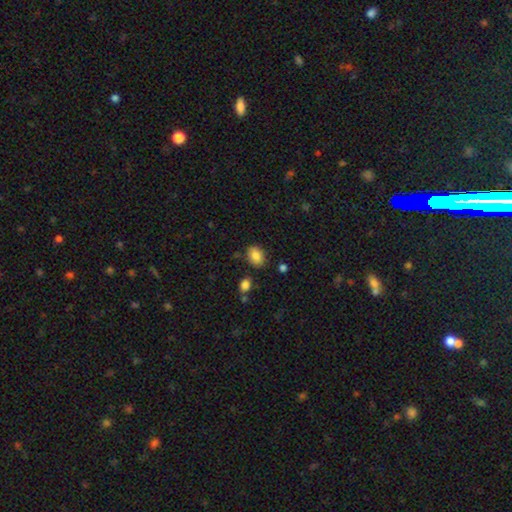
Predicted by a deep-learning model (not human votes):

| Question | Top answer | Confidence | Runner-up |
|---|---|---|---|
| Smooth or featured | smooth | 84% | star or artifact (9%) |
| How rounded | in between | 70% | round (29%) |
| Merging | none | 78% | minor disturbance (15%) |